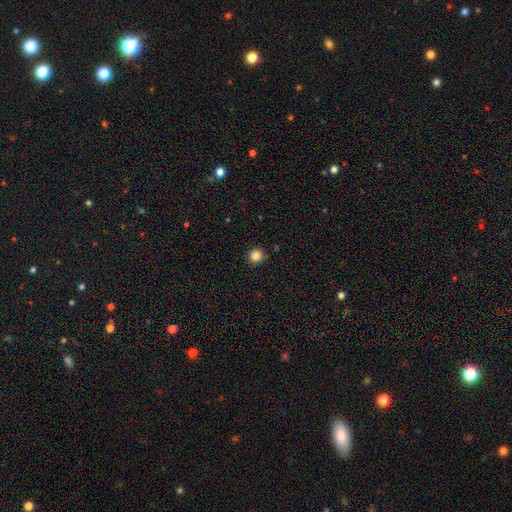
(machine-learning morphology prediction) A smooth galaxy with no disk features (84%) that is round (90%). Merging: none (89%).